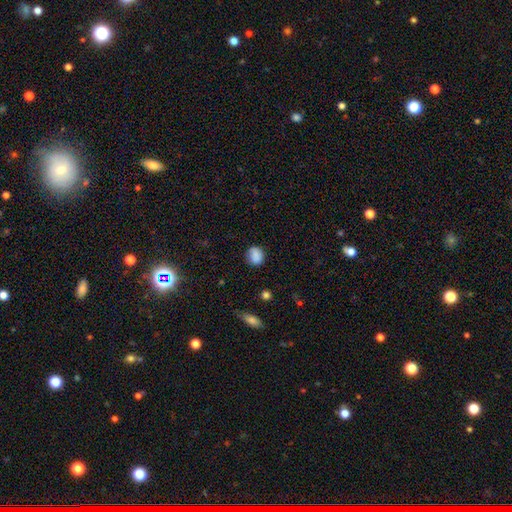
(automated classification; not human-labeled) Smooth or featured?
  - smooth: 86% *
  - star or artifact: 9%
  - featured or disk: 5%
How rounded?
  - round: 58% *
  - in between: 41%
  - cigar-shaped: 1%
Merging?
  - none: 75% *
  - minor disturbance: 19%
  - major disturbance: 4%
  - merger: 2%